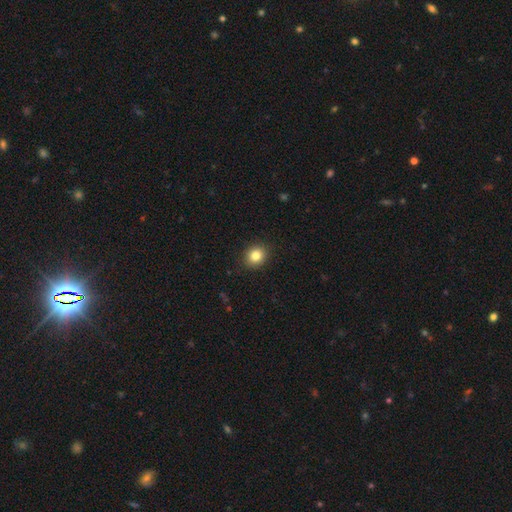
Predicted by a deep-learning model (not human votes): Smooth or featured? Predicted: smooth (p=0.83). How rounded? Predicted: round (p=0.76). Merging? Predicted: none (p=0.90).